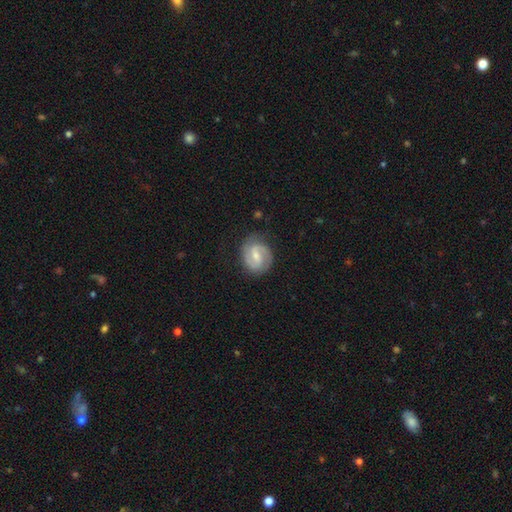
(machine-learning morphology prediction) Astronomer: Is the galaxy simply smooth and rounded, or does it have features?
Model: featured or disk — 80%.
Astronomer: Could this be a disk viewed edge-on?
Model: no — 98%.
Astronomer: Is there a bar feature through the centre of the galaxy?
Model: weak — 57%.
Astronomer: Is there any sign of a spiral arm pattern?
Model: yes — 95%.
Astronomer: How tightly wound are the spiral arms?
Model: medium — 50% (runner-up: tight, 34%).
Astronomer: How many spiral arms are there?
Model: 2 — 89%.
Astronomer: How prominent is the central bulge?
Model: small — 48% (runner-up: moderate, 44%).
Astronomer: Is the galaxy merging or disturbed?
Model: none — 79%.